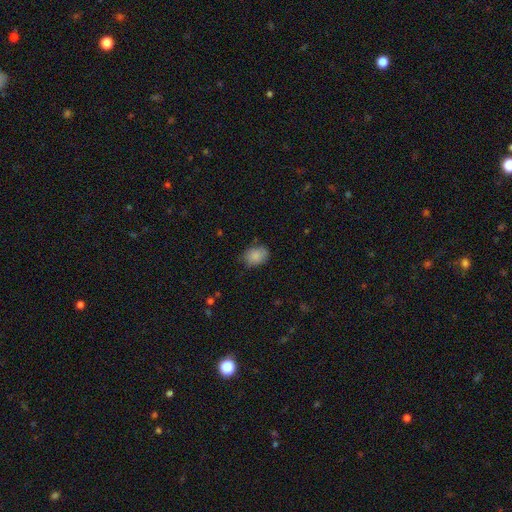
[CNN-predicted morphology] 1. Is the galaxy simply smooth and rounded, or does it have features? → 87% smooth, 8% star or artifact, 6% featured or disk.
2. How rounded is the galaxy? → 72% in between, 27% round, 1% cigar-shaped.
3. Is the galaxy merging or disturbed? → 74% none, 21% minor disturbance, 4% major disturbance, 1% merger.